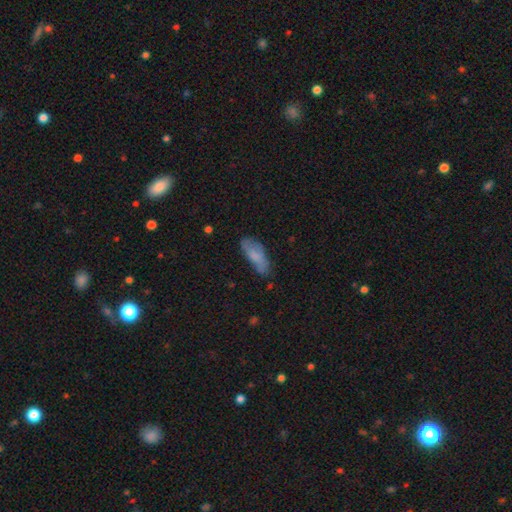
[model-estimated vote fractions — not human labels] smooth_or_featured: smooth (p=0.73) [alt: featured or disk p=0.20]
how_rounded: in between (p=0.71) [alt: cigar-shaped p=0.27]
merging: none (p=0.60) [alt: minor disturbance p=0.28]